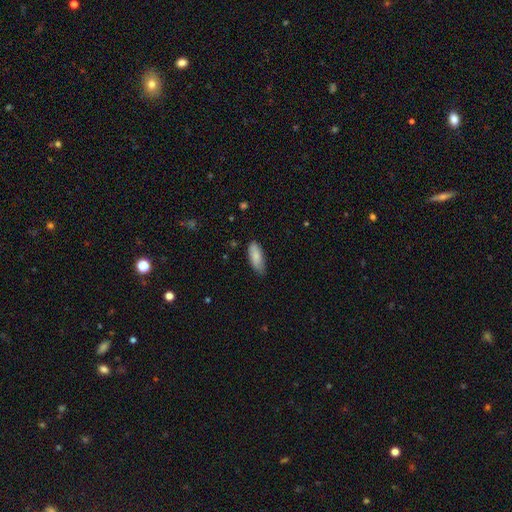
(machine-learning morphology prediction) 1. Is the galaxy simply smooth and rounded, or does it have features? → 84% smooth, 10% featured or disk, 6% star or artifact.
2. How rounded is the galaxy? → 77% in between, 21% cigar-shaped, 2% round.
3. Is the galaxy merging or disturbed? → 77% none, 19% minor disturbance, 3% major disturbance, 1% merger.